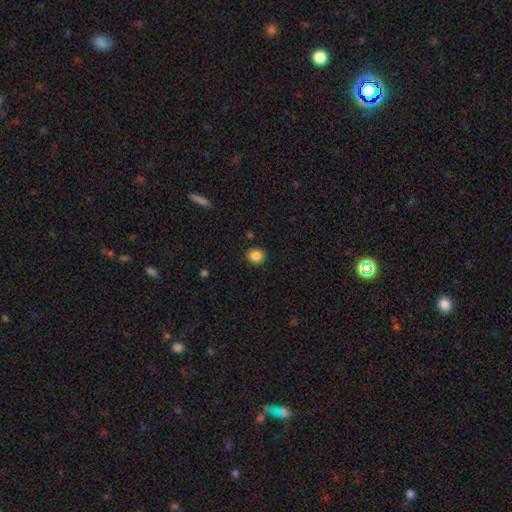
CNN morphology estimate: A smooth galaxy with no disk features (86%) that is round (82%). Merging: none (88%).